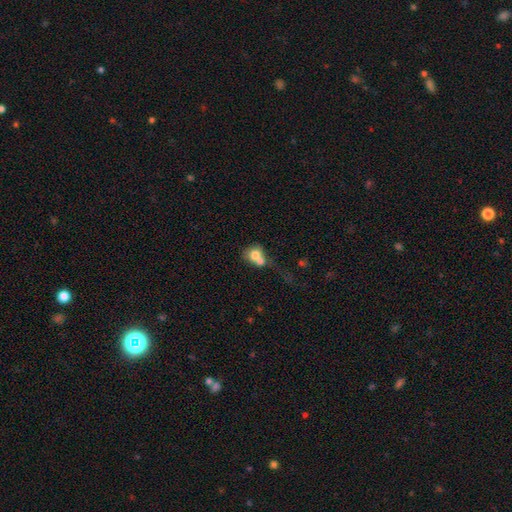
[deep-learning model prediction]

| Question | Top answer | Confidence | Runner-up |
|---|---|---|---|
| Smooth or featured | smooth | 71% | featured or disk (19%) |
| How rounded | round | 64% | in between (34%) |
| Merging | merger | 63% | none (20%) |